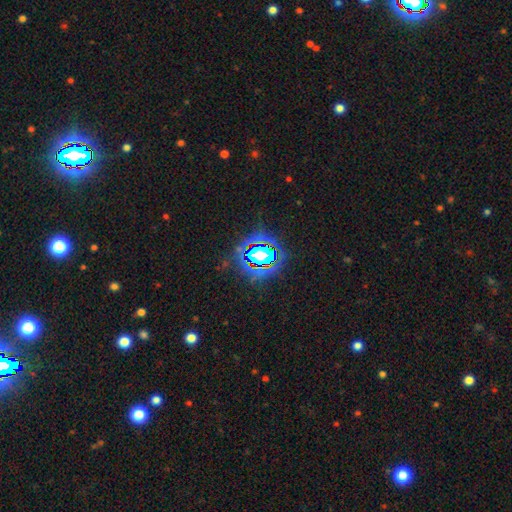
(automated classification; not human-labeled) smooth_or_featured: star or artifact (p=0.78) [alt: smooth p=0.13]